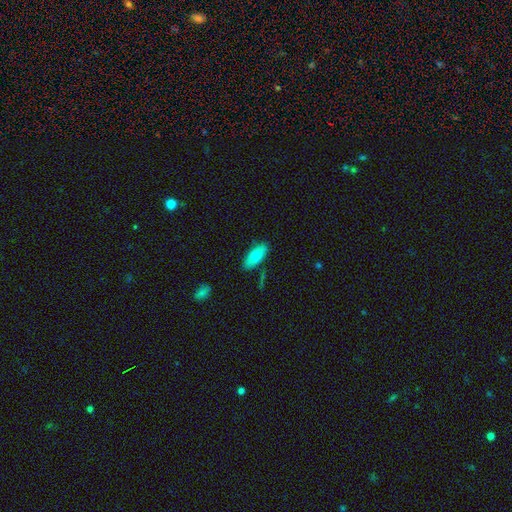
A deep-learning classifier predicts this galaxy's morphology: Q: Smooth or featured?
A: smooth (74%); runner-up: featured or disk (20%)
Q: How rounded?
A: in between (79%); runner-up: cigar-shaped (18%)
Q: Merging?
A: none (82%); runner-up: minor disturbance (12%)